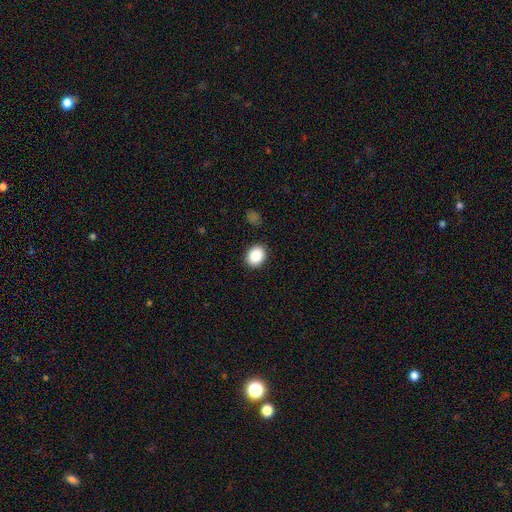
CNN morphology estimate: smooth 88%, star or artifact 8%, featured or disk 3%. Down the decision tree: how rounded — in between (51%); merging — none (89%).